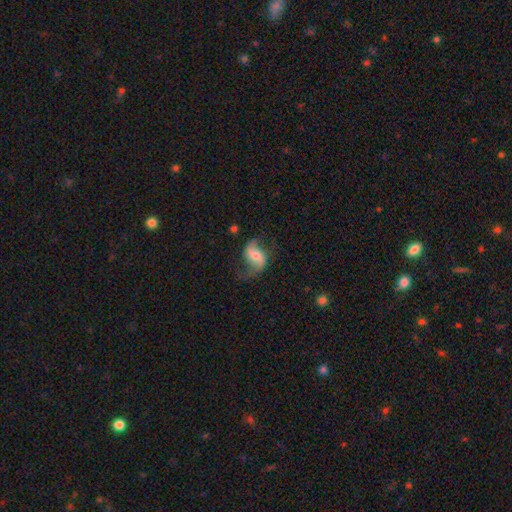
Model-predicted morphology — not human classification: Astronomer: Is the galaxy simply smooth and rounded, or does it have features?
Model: featured or disk — 73%.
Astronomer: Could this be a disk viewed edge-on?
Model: no — 96%.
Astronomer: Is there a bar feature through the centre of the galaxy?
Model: weak — 42% (runner-up: no, 30%).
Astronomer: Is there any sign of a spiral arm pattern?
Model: yes — 92%.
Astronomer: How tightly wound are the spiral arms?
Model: loose — 76%.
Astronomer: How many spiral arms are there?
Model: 2 — 89%.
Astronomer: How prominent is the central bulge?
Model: moderate — 50% (runner-up: small, 37%).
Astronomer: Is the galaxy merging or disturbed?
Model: none — 61%.